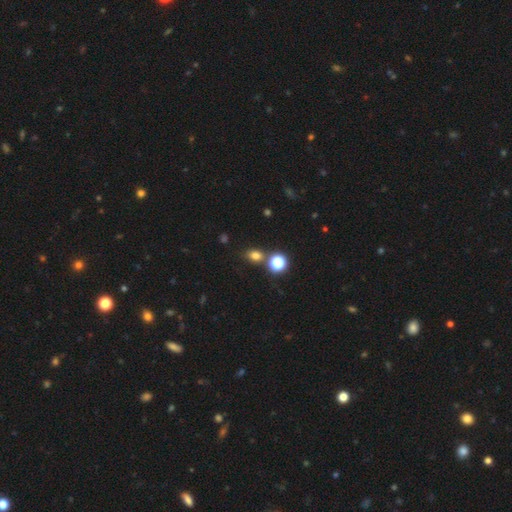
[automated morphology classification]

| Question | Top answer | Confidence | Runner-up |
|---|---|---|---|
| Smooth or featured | smooth | 74% | star or artifact (20%) |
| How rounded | in between | 55% | round (44%) |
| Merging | none | 74% | merger (12%) |